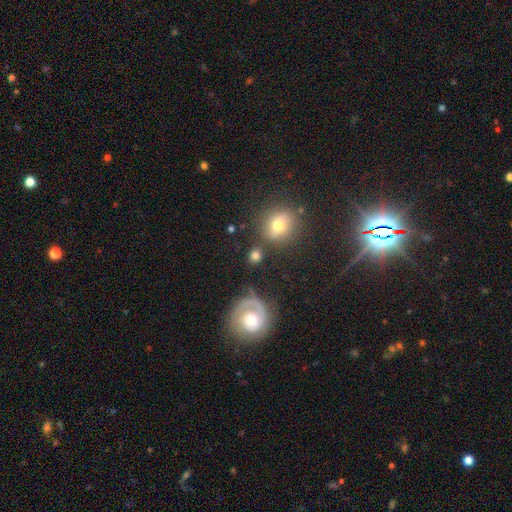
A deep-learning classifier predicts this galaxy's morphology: This is likely a smooth galaxy (63%). How rounded: likely round (73%). Merging: likely none (72%).